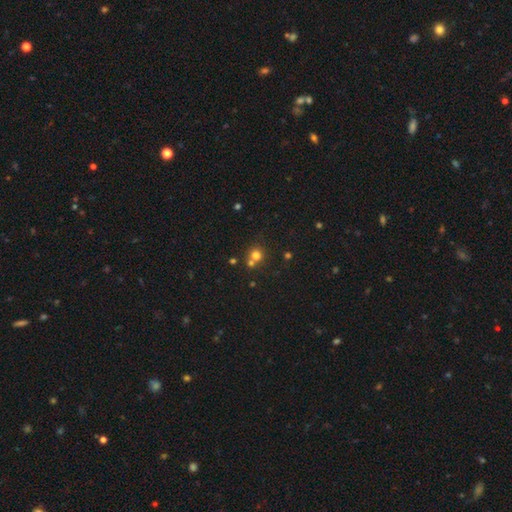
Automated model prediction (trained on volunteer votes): Overall: smooth (72%). How rounded: round (89%). Merging: none (55%; merger 35%).